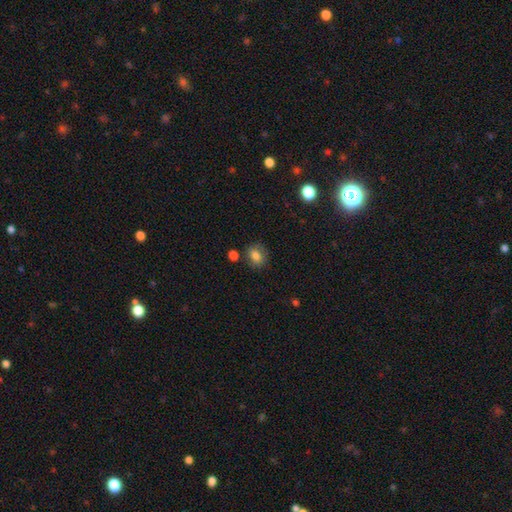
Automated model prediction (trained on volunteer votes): Q: Smooth or featured?
A: smooth (80%); runner-up: star or artifact (10%)
Q: How rounded?
A: round (58%); runner-up: in between (41%)
Q: Merging?
A: none (78%); runner-up: minor disturbance (13%)